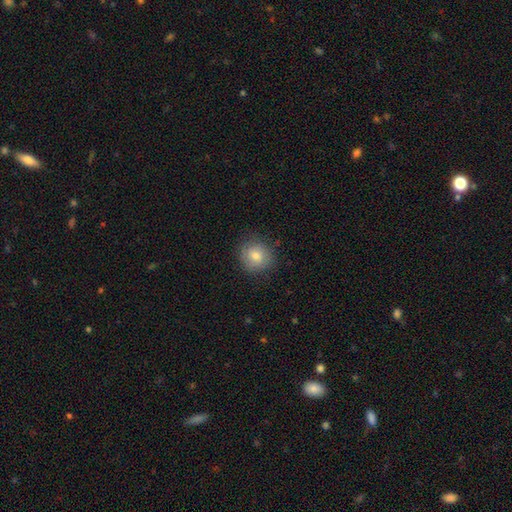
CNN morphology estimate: Smooth or featured? Predicted: smooth (p=0.77). How rounded? Predicted: round (p=0.90). Merging? Predicted: none (p=0.85).